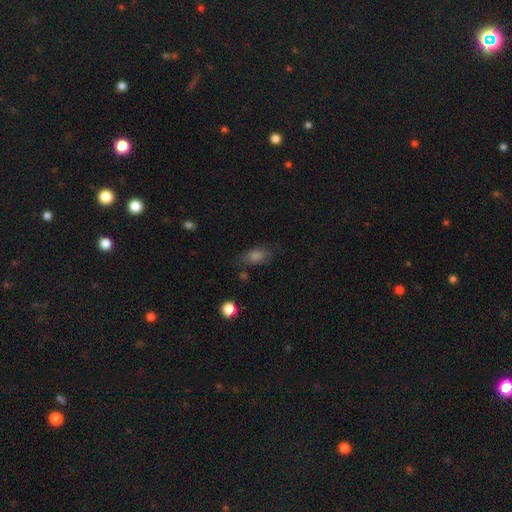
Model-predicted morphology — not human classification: smooth 69%, star or artifact 17%, featured or disk 14%. Down the decision tree: how rounded — in between (78%); merging — none (74%).